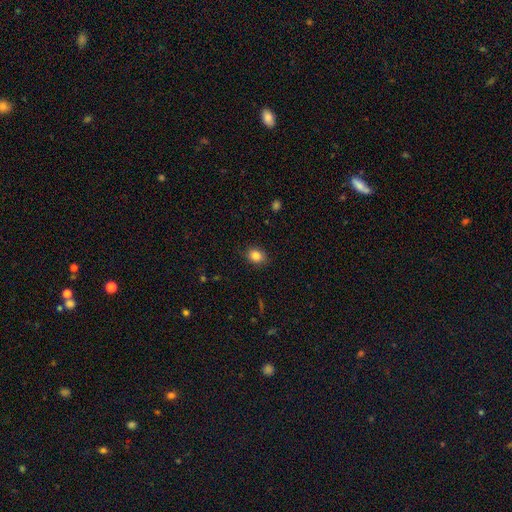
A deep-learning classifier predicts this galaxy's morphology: smooth_or_featured: smooth (p=0.85) [alt: star or artifact p=0.10]
how_rounded: in between (p=0.52) [alt: round p=0.47]
merging: none (p=0.85) [alt: minor disturbance p=0.12]